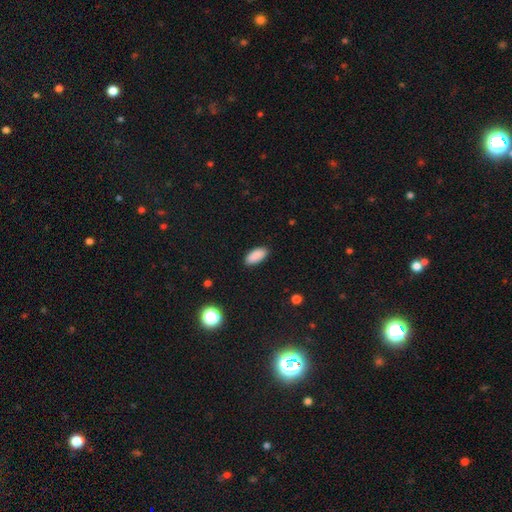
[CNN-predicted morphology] Smooth or featured? smooth (89%)
How rounded? in between (90%)
Merging? none (89%)